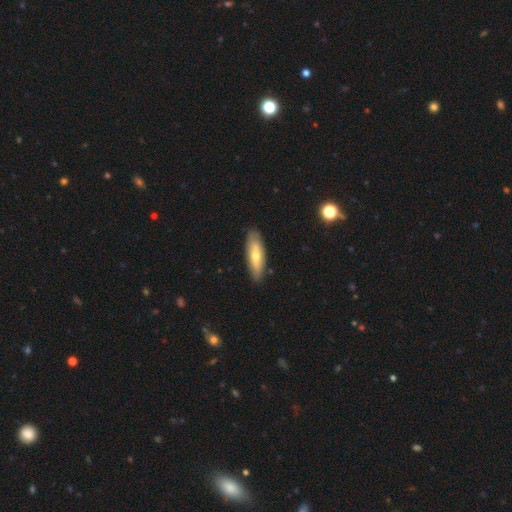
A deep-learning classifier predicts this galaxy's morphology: Smooth or featured?
  - smooth: 62% *
  - featured or disk: 33%
  - star or artifact: 5%
How rounded?
  - in between: 53% *
  - cigar-shaped: 45%
  - round: 2%
Merging?
  - none: 86% *
  - minor disturbance: 10%
  - major disturbance: 2%
  - merger: 1%